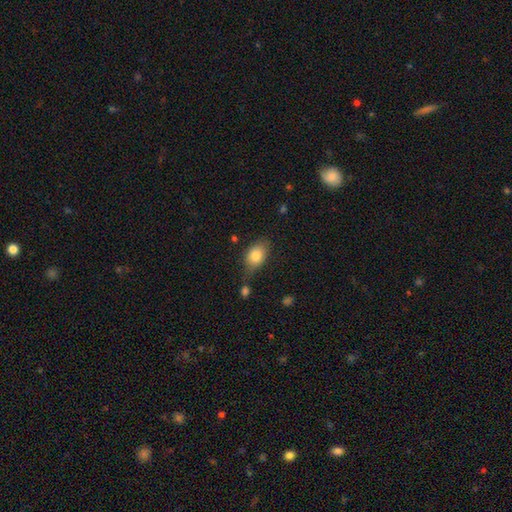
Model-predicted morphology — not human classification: Smooth or featured? Predicted: smooth (p=0.80). How rounded? Predicted: in between (p=0.80). Merging? Predicted: none (p=0.63).